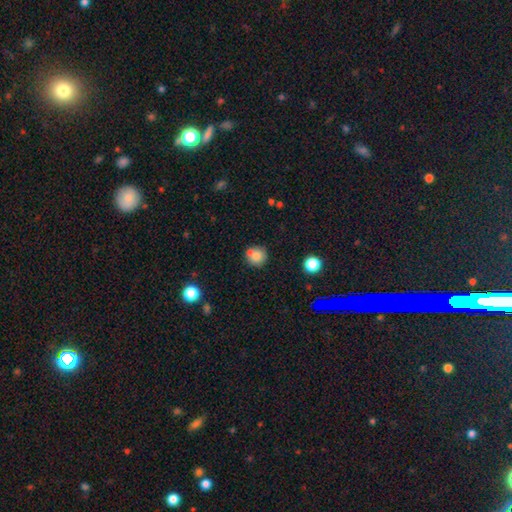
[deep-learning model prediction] Q: Smooth or featured?
A: smooth (79%); runner-up: star or artifact (11%)
Q: How rounded?
A: round (92%); runner-up: in between (7%)
Q: Merging?
A: none (67%); runner-up: merger (18%)